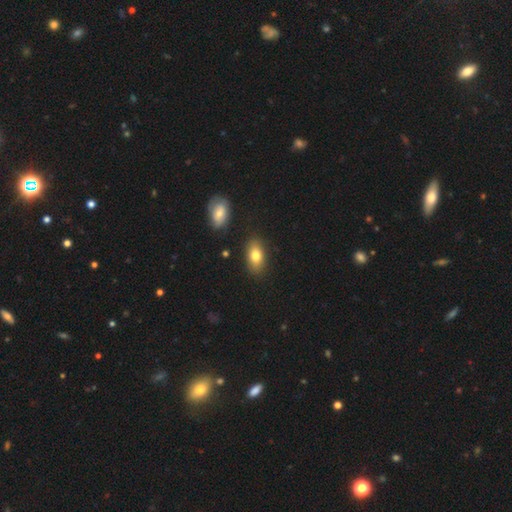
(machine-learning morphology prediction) smooth 78%, featured or disk 14%, star or artifact 8%. Down the decision tree: how rounded — in between (89%); merging — none (85%).